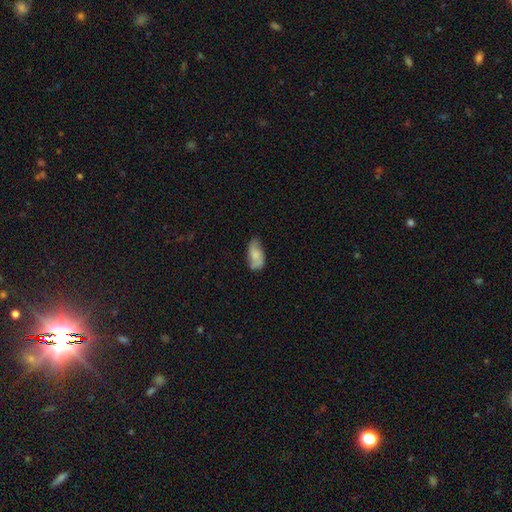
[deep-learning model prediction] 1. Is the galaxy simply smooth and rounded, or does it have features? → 66% smooth, 26% featured or disk, 7% star or artifact.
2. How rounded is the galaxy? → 92% in between, 5% cigar-shaped, 3% round.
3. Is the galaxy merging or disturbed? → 63% none, 29% minor disturbance, 7% major disturbance, 2% merger.